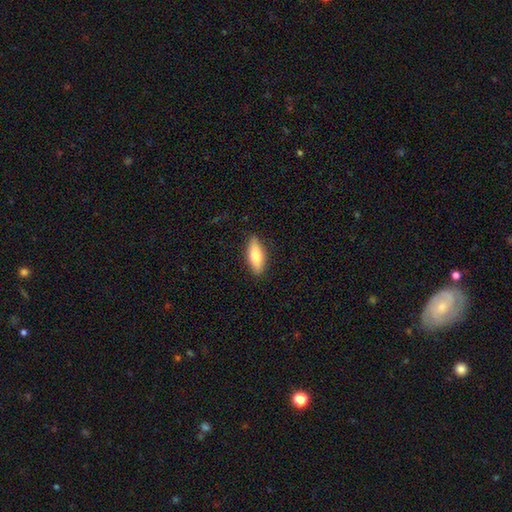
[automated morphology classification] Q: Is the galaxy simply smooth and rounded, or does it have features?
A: smooth — 78%.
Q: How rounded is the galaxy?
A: in between — 66%.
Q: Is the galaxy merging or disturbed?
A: none — 87%.